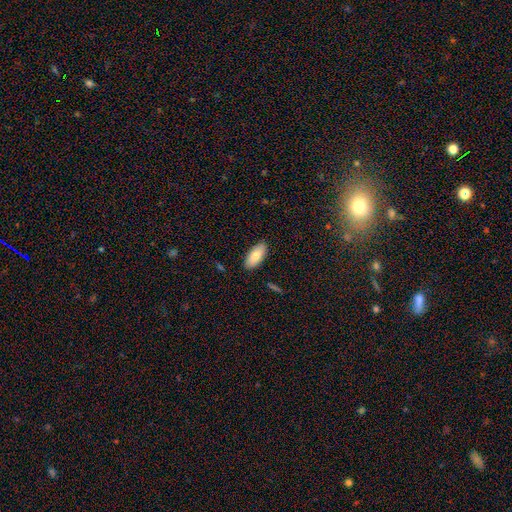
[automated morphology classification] Smooth or featured? Predicted: smooth (p=0.80). How rounded? Predicted: in between (p=0.91). Merging? Predicted: none (p=0.87).